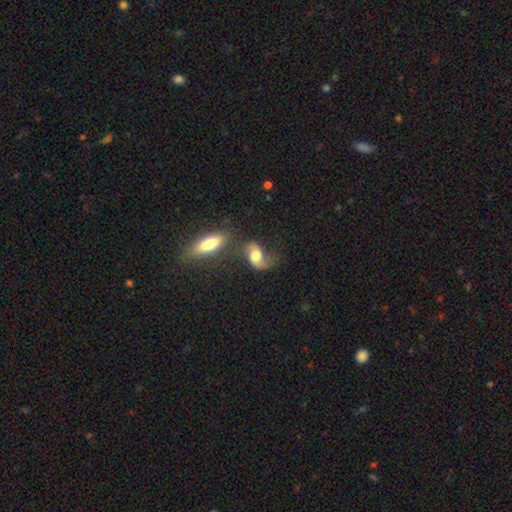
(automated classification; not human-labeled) smooth_or_featured: featured or disk (p=0.54) [alt: smooth p=0.37]
disk_edge_on: no (p=0.93) [alt: yes p=0.07]
bar: no (p=0.58) [alt: weak p=0.31]
has_spiral_arms: yes (p=0.85) [alt: no p=0.15]
bulge_size: moderate (p=0.52) [alt: large p=0.34]
merging: none (p=0.43) [alt: merger p=0.20]